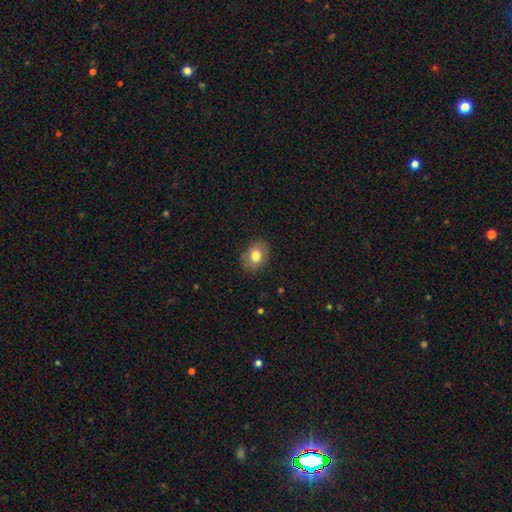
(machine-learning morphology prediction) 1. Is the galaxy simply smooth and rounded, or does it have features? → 78% smooth, 13% featured or disk, 9% star or artifact.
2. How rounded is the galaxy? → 61% in between, 38% round, 1% cigar-shaped.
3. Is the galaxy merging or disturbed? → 84% none, 12% minor disturbance, 3% major disturbance, 1% merger.